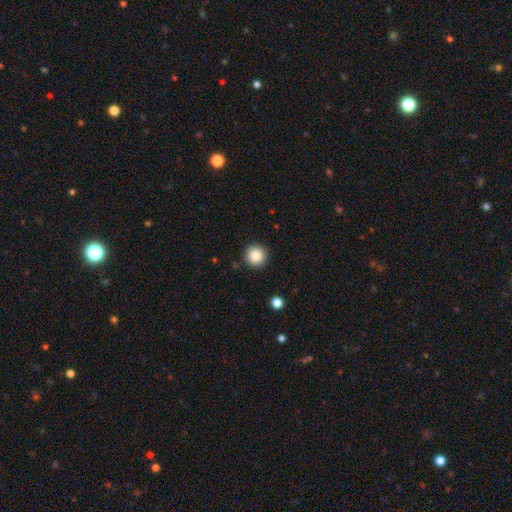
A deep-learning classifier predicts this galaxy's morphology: Q: Smooth or featured?
A: smooth (86%); runner-up: star or artifact (9%)
Q: How rounded?
A: round (96%); runner-up: in between (3%)
Q: Merging?
A: none (91%); runner-up: minor disturbance (6%)